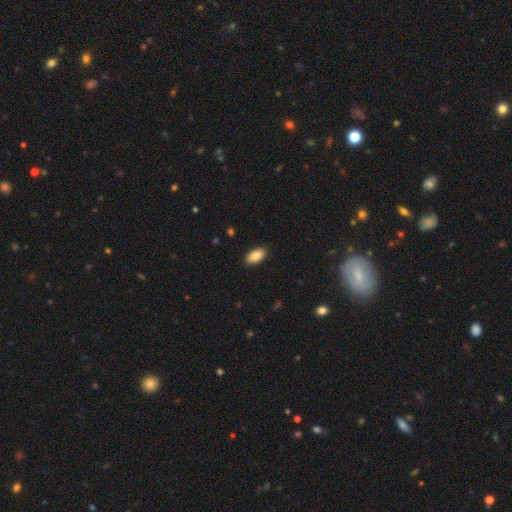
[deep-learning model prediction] A smooth galaxy with no disk features (88%) that is in between round and cigar-shaped (94%). Merging: none (89%).